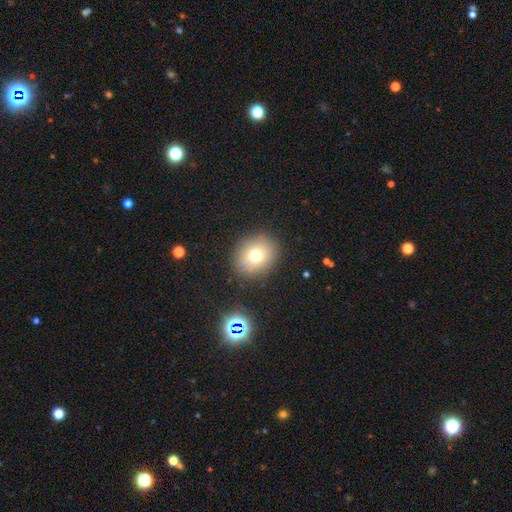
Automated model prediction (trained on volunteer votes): smooth 72%, star or artifact 15%, featured or disk 14%. Down the decision tree: how rounded — round (66%); merging — none (87%).